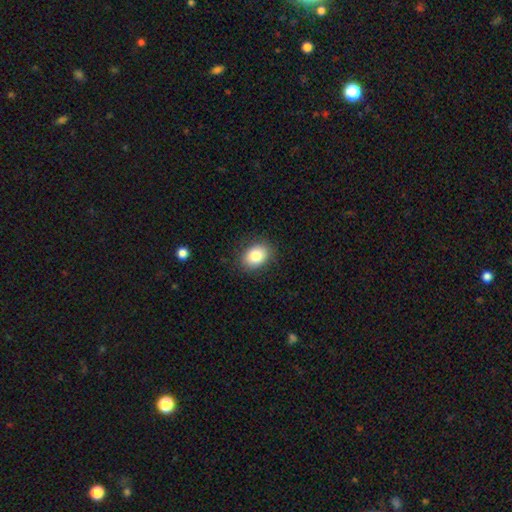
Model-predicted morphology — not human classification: A smooth galaxy with no disk features (83%) that is in between round and cigar-shaped (68%). Merging: none (87%).